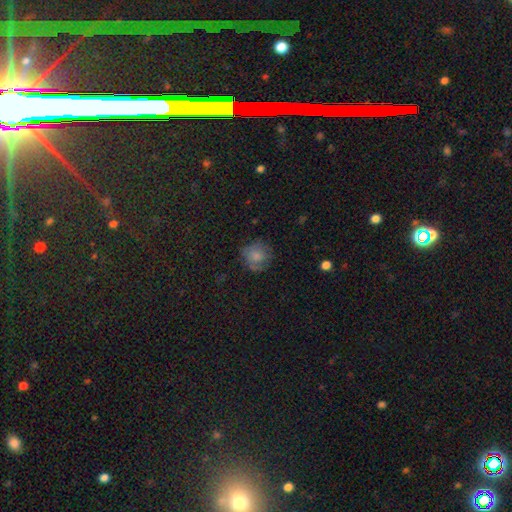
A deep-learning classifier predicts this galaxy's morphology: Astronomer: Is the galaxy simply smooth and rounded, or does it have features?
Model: smooth — 70%.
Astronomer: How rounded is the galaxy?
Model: round — 87%.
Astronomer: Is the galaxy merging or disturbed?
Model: none — 66%.